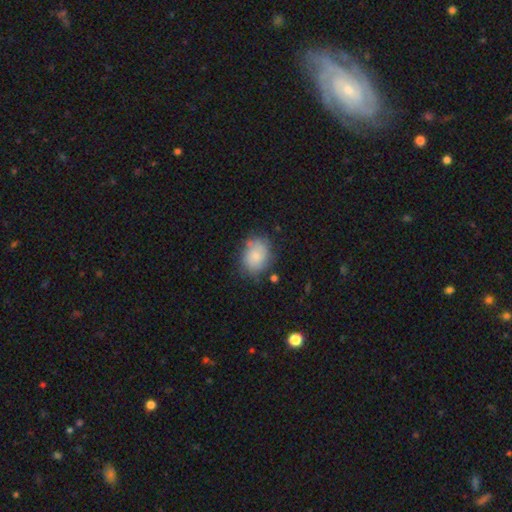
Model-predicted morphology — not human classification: smooth-or-featured: smooth: 74% | featured or disk: 17% | star or artifact: 8%
  how-rounded: in between: 53% | round: 46% | cigar-shaped: 1%
  merging: none: 65% | minor disturbance: 23% | major disturbance: 7% | merger: 4%